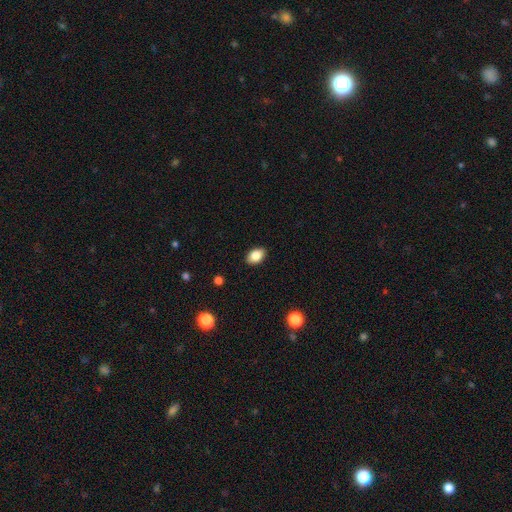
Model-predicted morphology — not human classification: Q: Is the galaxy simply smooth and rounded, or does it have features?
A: smooth — 85%.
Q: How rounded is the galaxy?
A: in between — 88%.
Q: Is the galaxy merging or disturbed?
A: none — 89%.